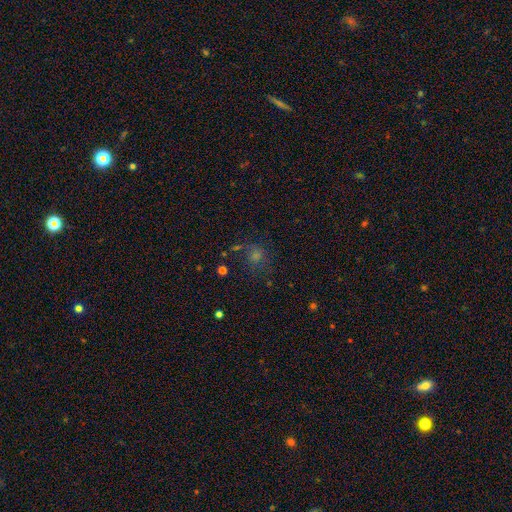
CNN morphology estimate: A smooth galaxy with no disk features (43%).

Vote fractions:
- Smooth or featured? smooth: 43% / star or artifact: 36% / featured or disk: 21%
- Merging? none: 59% / minor disturbance: 17% / major disturbance: 16% / merger: 7%